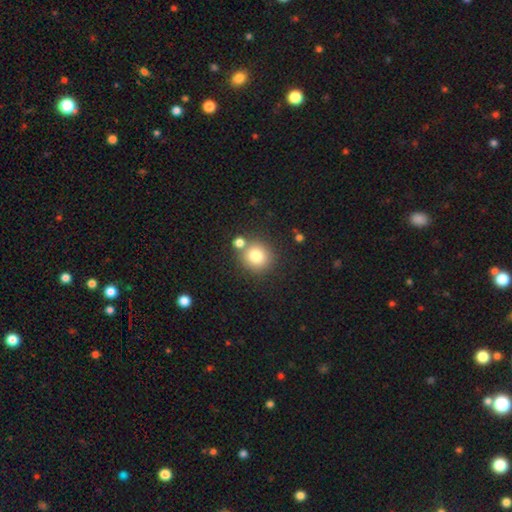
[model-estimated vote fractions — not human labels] Overall: smooth (80%). How rounded: round (88%). Merging: none (71%).